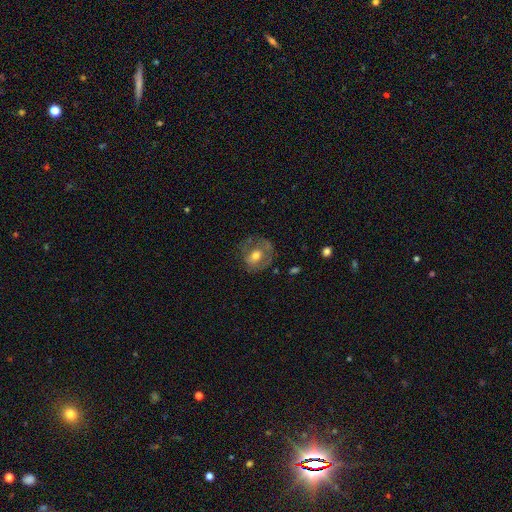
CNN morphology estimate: A smooth galaxy with no disk features (46%, tied with featured or disk).

Vote fractions:
- Smooth or featured? smooth: 46% (tied) / featured or disk: 46% (tied) / star or artifact: 8%
- Merging? none: 60% / minor disturbance: 22% / major disturbance: 15% / merger: 2%